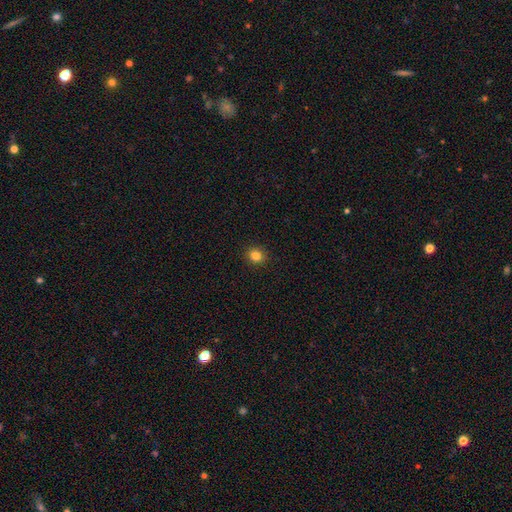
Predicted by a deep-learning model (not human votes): Smooth or featured?
  - smooth: 83% *
  - star or artifact: 12%
  - featured or disk: 5%
How rounded?
  - round: 83% *
  - in between: 16%
  - cigar-shaped: 1%
Merging?
  - none: 92% *
  - minor disturbance: 5%
  - major disturbance: 2%
  - merger: 1%